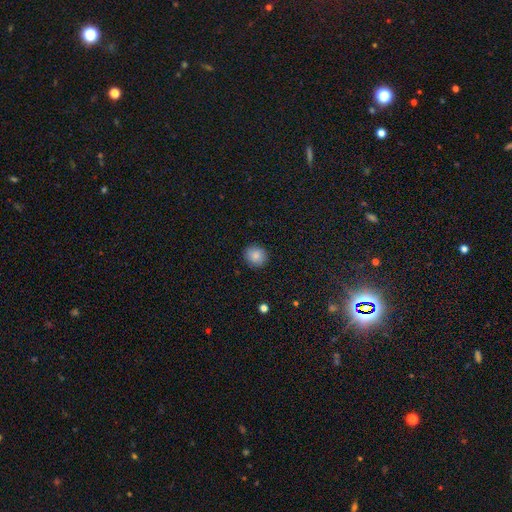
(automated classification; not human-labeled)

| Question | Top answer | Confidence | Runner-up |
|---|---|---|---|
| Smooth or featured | smooth | 86% | star or artifact (9%) |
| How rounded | round | 86% | in between (13%) |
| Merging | none | 90% | minor disturbance (7%) |